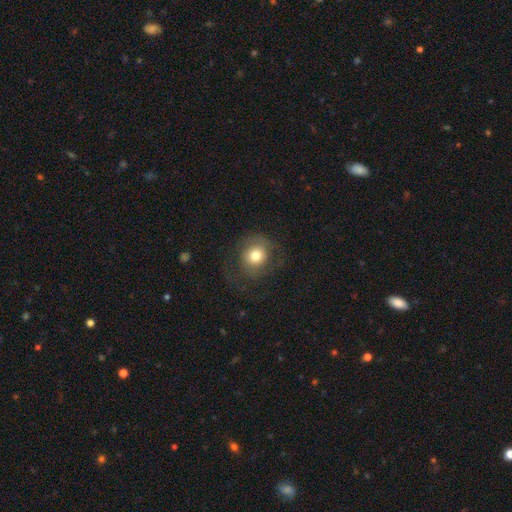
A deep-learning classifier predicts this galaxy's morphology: Smooth or featured? smooth (69%)
How rounded? round (83%)
Merging? none (63%)